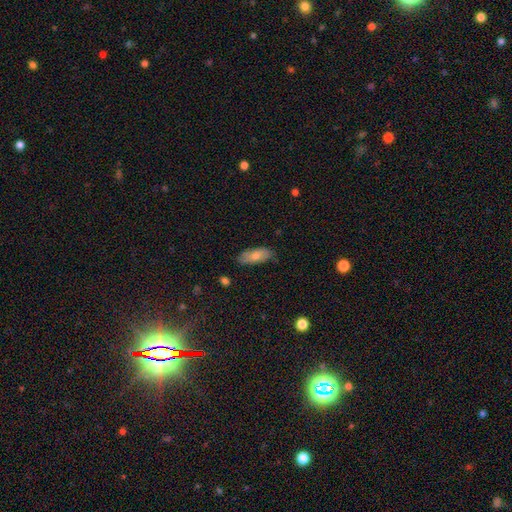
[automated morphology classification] Smooth or featured? Predicted: smooth (p=0.74). How rounded? Predicted: in between (p=0.78). Merging? Predicted: none (p=0.77).